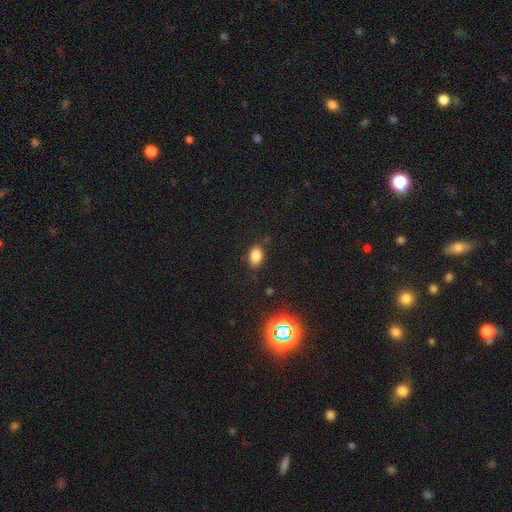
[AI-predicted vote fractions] Smooth or featured?
  - smooth: 81% *
  - star or artifact: 13%
  - featured or disk: 6%
How rounded?
  - in between: 82% *
  - round: 16%
  - cigar-shaped: 2%
Merging?
  - none: 80% *
  - minor disturbance: 14%
  - major disturbance: 4%
  - merger: 2%